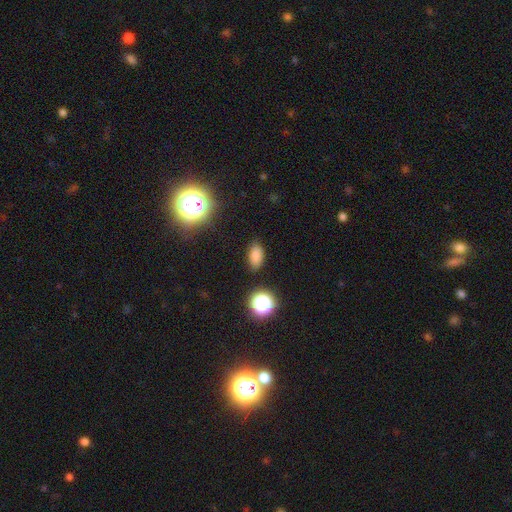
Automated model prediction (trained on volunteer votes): smooth_or_featured: smooth (p=0.79) [alt: star or artifact p=0.16]
how_rounded: in between (p=0.88) [alt: round p=0.09]
merging: none (p=0.84) [alt: minor disturbance p=0.11]